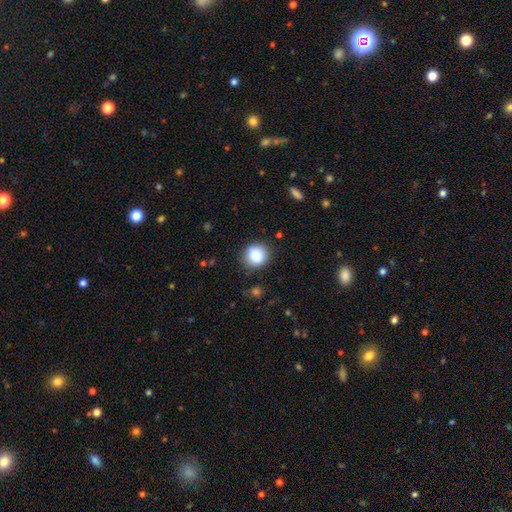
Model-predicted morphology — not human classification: smooth 84%, star or artifact 10%, featured or disk 7%. Down the decision tree: how rounded — round (85%); merging — none (86%).